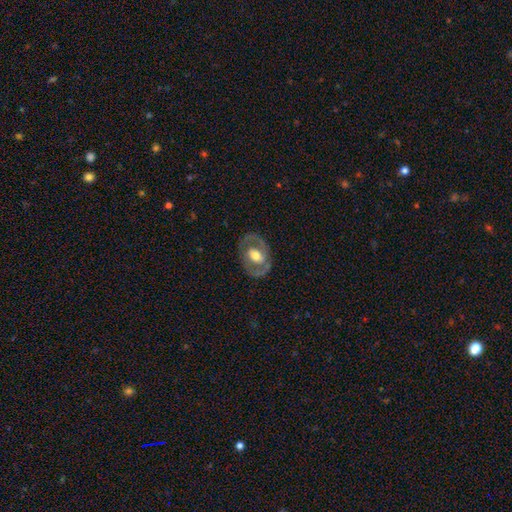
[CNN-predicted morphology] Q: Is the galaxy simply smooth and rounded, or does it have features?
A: featured or disk — 64%.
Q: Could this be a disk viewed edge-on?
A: no — 94%.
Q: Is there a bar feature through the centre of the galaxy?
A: no — 51%.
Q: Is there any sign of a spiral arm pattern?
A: no — 57%.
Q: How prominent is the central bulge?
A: moderate — 62%.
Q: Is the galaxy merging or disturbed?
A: none — 76%.